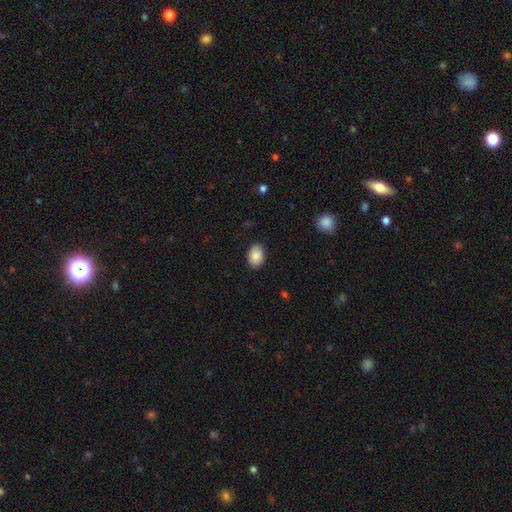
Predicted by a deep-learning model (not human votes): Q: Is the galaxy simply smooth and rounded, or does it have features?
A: smooth — 89%.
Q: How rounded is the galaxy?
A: in between — 82%.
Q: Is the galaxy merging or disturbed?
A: none — 87%.